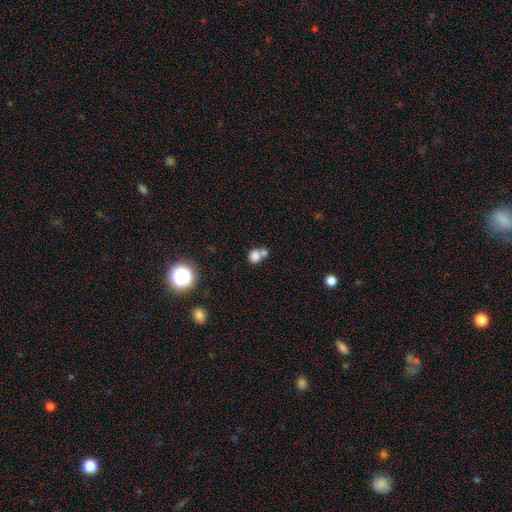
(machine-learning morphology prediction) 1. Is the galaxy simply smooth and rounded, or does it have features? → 78% smooth, 13% star or artifact, 9% featured or disk.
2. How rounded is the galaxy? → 77% round, 22% in between, 1% cigar-shaped.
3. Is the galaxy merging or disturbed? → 52% merger, 36% none, 8% minor disturbance, 4% major disturbance.